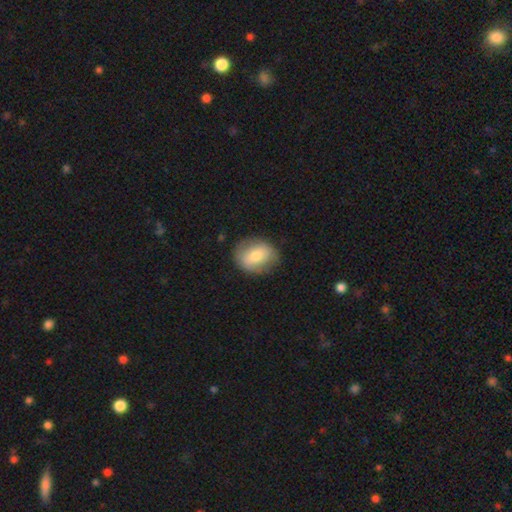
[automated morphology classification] A smooth galaxy with no disk features (66%) that is round (50%).

Vote fractions:
- Smooth or featured? smooth: 66% / featured or disk: 27% / star or artifact: 7%
- How rounded? round: 50% / in between: 49% / cigar-shaped: 1%
- Merging? none: 77% / minor disturbance: 17% / major disturbance: 5% / merger: 1%